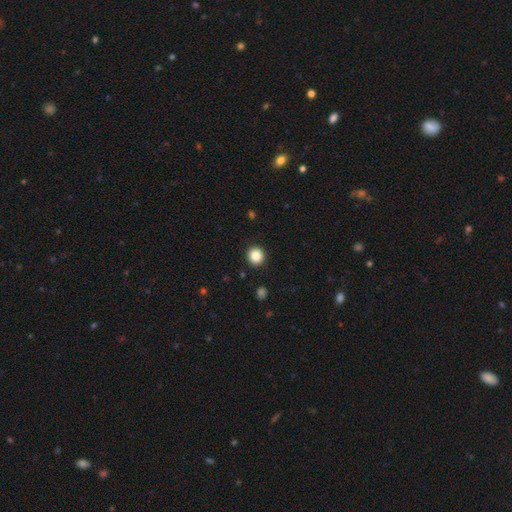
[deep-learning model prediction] smooth_or_featured: smooth (p=0.86) [alt: star or artifact p=0.10]
how_rounded: round (p=0.94) [alt: in between p=0.05]
merging: none (p=0.93) [alt: minor disturbance p=0.05]